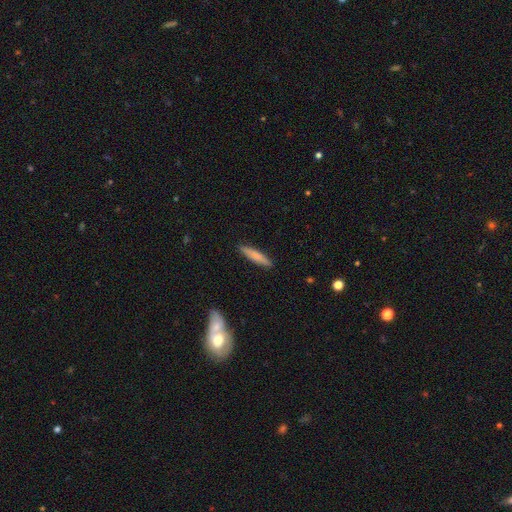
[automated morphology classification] A smooth galaxy with no disk features (73%) that is cigar-shaped (90%). Merging: none (90%).